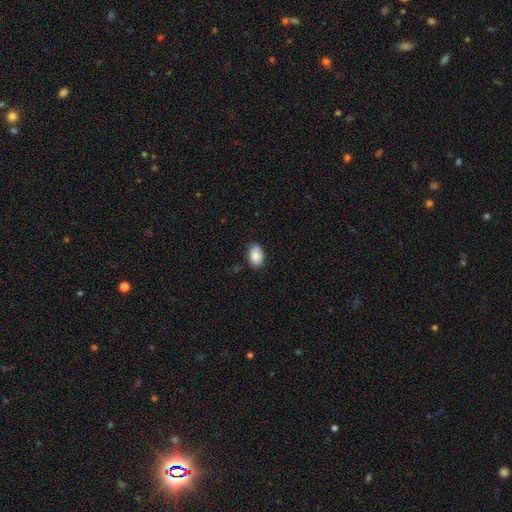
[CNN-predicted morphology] smooth_or_featured: smooth (p=0.87) [alt: star or artifact p=0.07]
how_rounded: in between (p=0.86) [alt: round p=0.13]
merging: none (p=0.78) [alt: minor disturbance p=0.18]